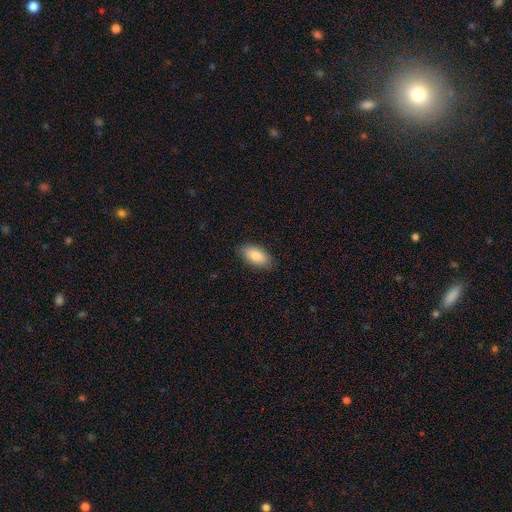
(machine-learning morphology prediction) smooth_or_featured: smooth (p=0.83) [alt: featured or disk p=0.11]
how_rounded: in between (p=0.92) [alt: cigar-shaped p=0.05]
merging: none (p=0.86) [alt: minor disturbance p=0.11]